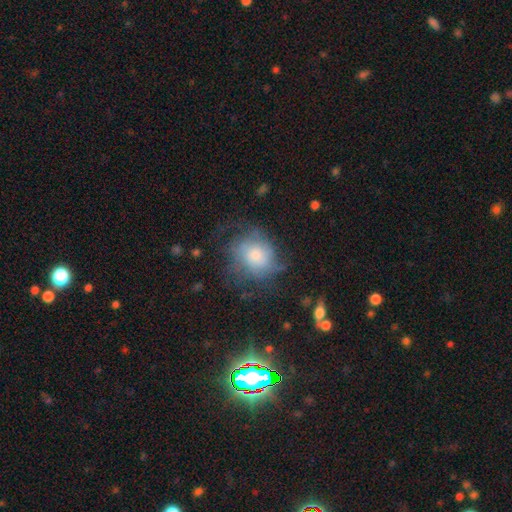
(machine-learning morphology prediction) Smooth or featured? Predicted: featured or disk (p=0.47). Merging? Predicted: none (p=0.50).